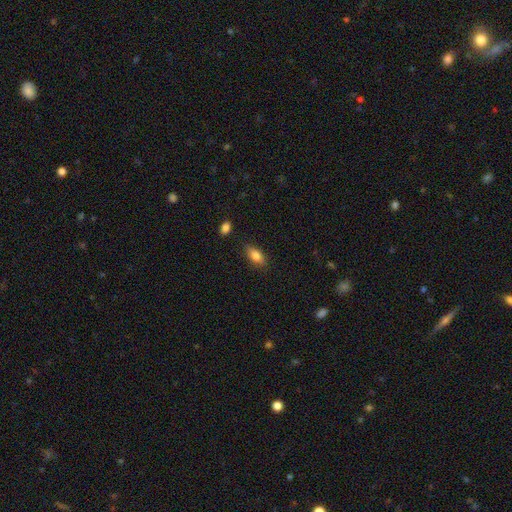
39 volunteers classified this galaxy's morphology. smooth-or-featured: smooth: 85% | featured or disk: 10% | star or artifact: 5%
  how-rounded: in between: 97% | cigar-shaped: 3% | round: 0%
  merging: none: 89% | minor disturbance: 11% | major disturbance: 0% | merger: 0%